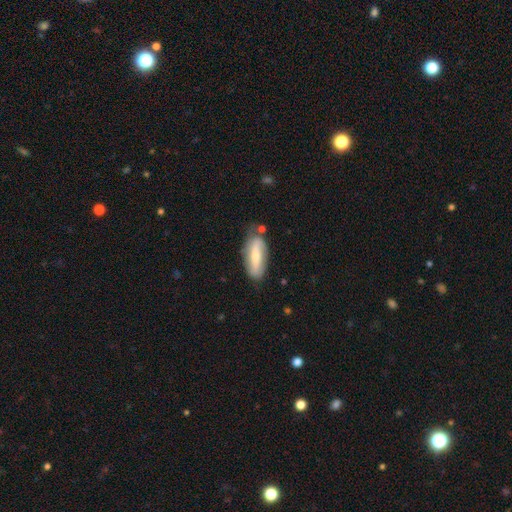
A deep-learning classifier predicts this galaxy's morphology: Q: Smooth or featured?
A: smooth (47%); tied with: featured or disk (47%)
Q: Merging?
A: none (70%); runner-up: minor disturbance (20%)